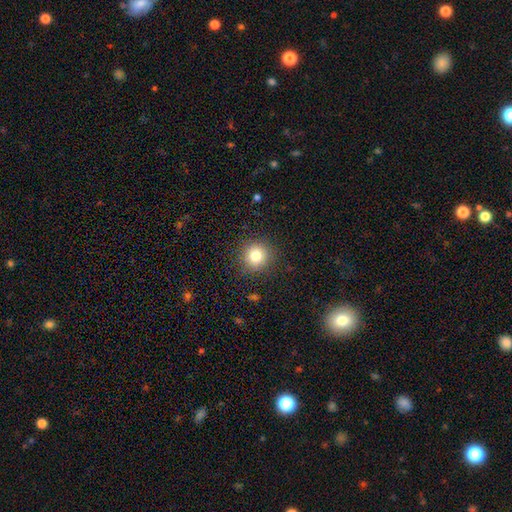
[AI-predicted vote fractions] Smooth or featured: smooth — 81% (star or artifact — 12%)
How rounded: round — 93% (in between — 6%)
Merging: none — 90% (minor disturbance — 6%)